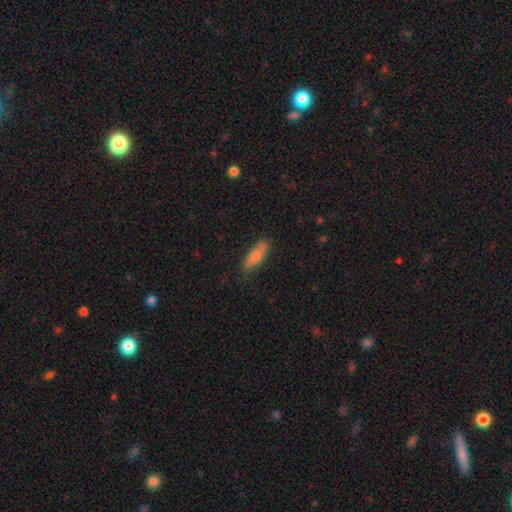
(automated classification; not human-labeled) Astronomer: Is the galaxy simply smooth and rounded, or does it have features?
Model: smooth — 78%.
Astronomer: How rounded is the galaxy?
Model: in between — 54% (runner-up: cigar-shaped, 44%).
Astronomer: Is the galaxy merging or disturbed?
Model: none — 74%.